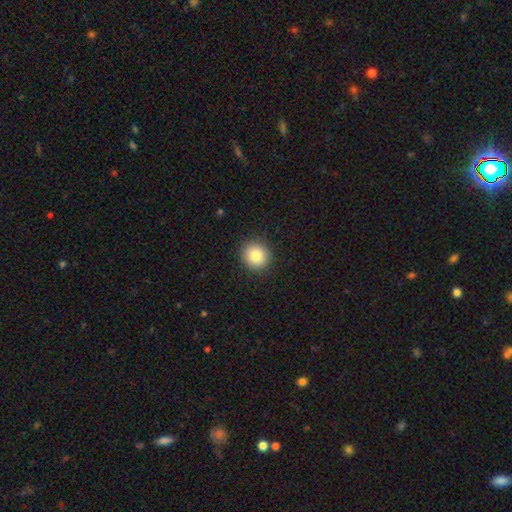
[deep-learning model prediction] A smooth galaxy with no disk features (82%) that is round (90%). Merging: none (91%).